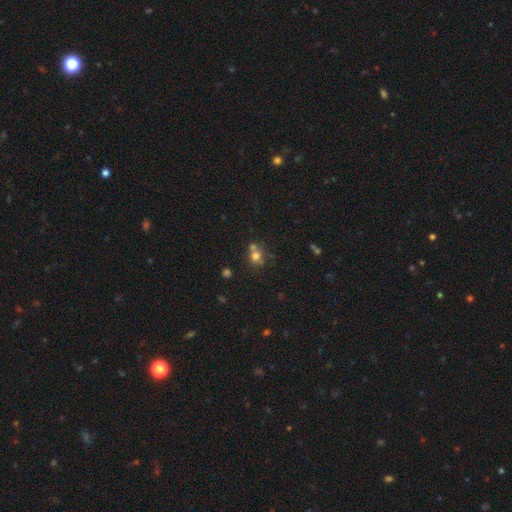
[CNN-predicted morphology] The model was most divided on "merging": none: 48%, merger: 37%, minor disturbance: 10%, major disturbance: 4%. More confident: how rounded — round (80%); smooth or featured — smooth (72%).